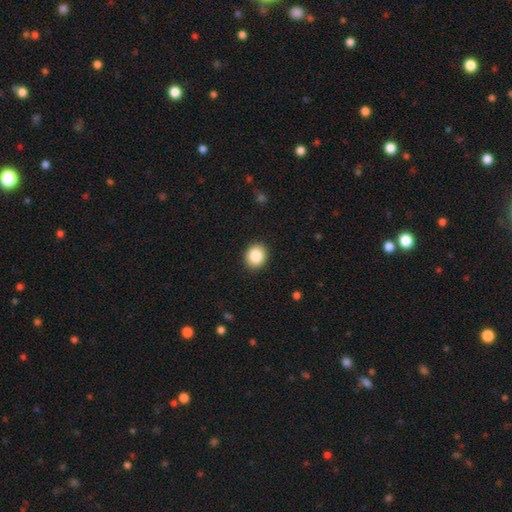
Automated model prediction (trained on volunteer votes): smooth 86%, star or artifact 8%, featured or disk 5%. Down the decision tree: how rounded — round (73%); merging — none (91%).